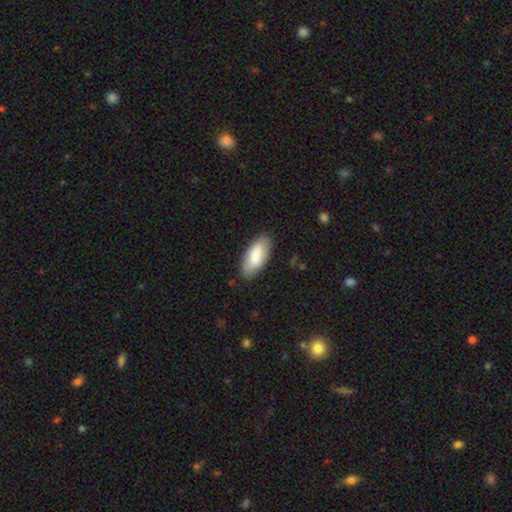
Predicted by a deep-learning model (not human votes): Smooth or featured?
  - smooth: 81% *
  - featured or disk: 13%
  - star or artifact: 6%
How rounded?
  - in between: 88% *
  - cigar-shaped: 10%
  - round: 2%
Merging?
  - none: 83% *
  - minor disturbance: 13%
  - major disturbance: 3%
  - merger: 1%